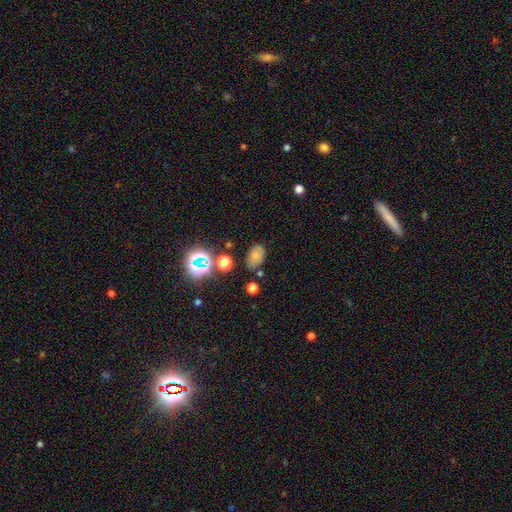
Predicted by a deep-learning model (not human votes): Smooth or featured? smooth (69%)
How rounded? in between (86%)
Merging? none (74%)